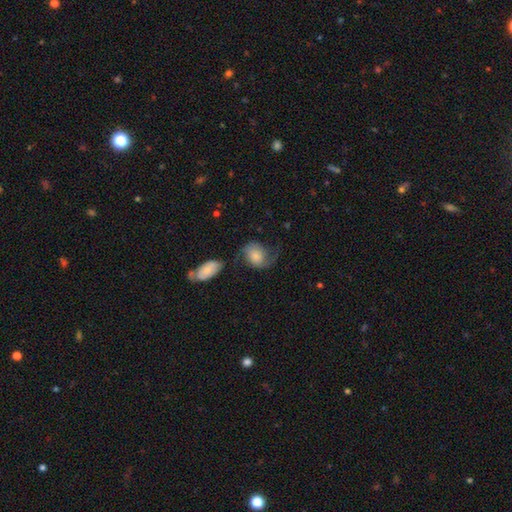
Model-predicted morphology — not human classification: A featured or disk galaxy (48%).

Vote fractions:
- Smooth or featured? featured or disk: 48% / smooth: 43% / star or artifact: 8%
- Merging? none: 48% / minor disturbance: 24% / major disturbance: 20% / merger: 8%